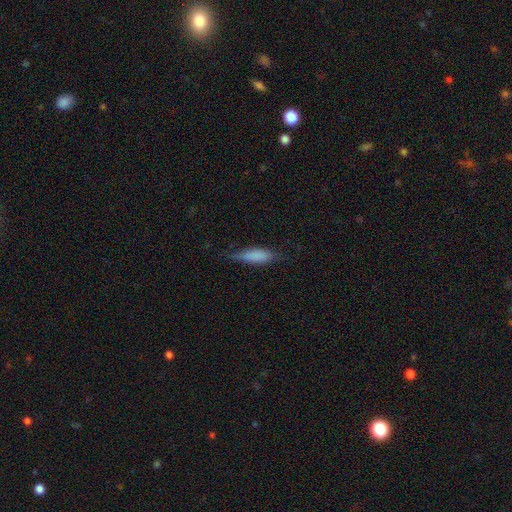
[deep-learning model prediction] The model was most divided on "how rounded": cigar-shaped: 56%, in between: 42%, round: 2%. More confident: smooth or featured — smooth (76%); merging — none (67%).